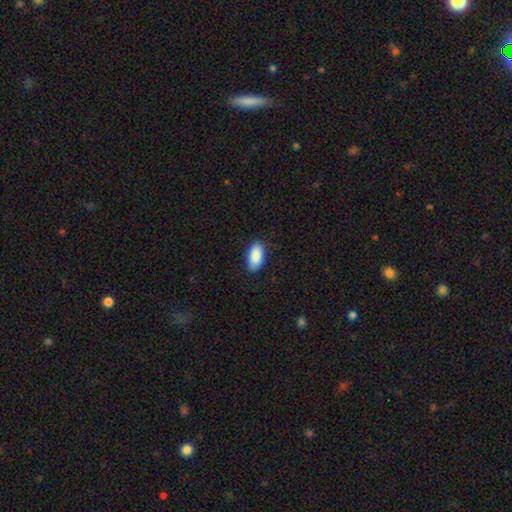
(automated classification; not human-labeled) Morphology: type=smooth (89%); roundness=in between (94%); merging=none (82%).